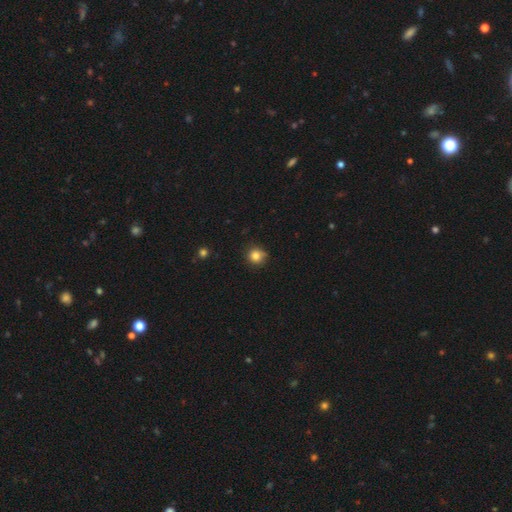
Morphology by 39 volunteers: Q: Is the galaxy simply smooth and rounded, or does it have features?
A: smooth — 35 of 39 (90%).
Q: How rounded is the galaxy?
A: round — 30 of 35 (86%).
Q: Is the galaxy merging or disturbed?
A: none — 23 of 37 (62%).